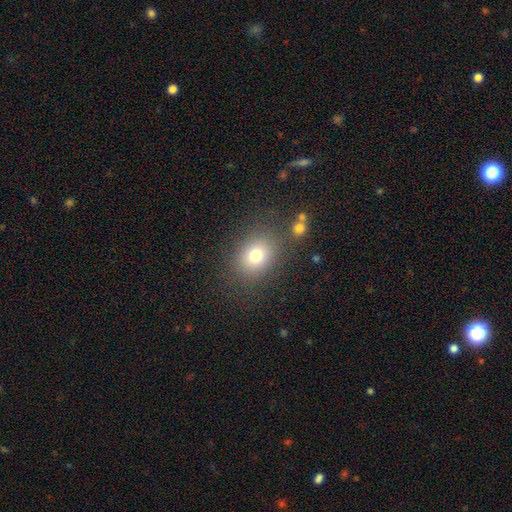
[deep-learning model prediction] Smooth or featured? smooth (76%)
How rounded? round (50%)
Merging? none (80%)